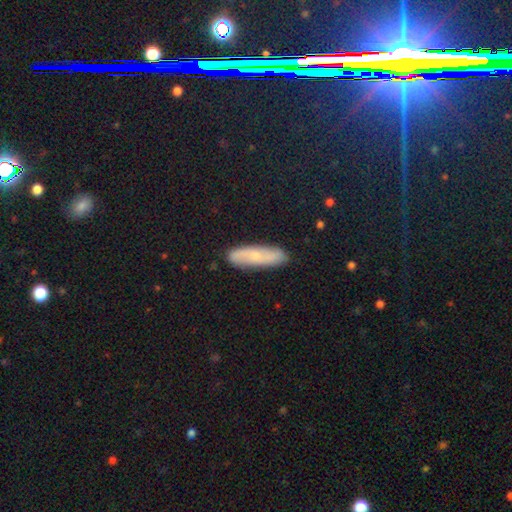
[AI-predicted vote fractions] This appears to be a smooth galaxy with no disk features (53%) that is cigar-shaped (64%). Merging: none (87%).